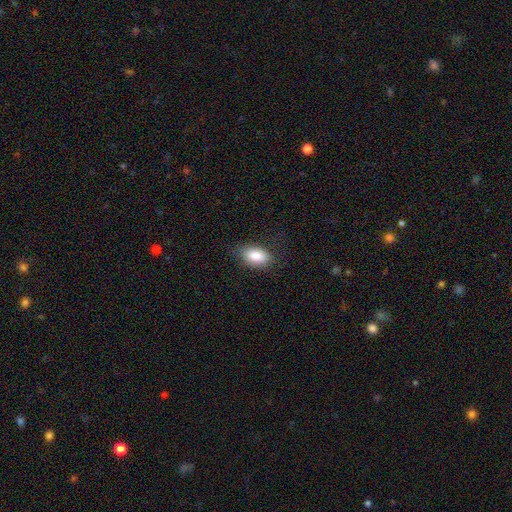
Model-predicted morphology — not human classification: smooth_or_featured: smooth (p=0.85) [alt: featured or disk p=0.08]
how_rounded: in between (p=0.90) [alt: round p=0.07]
merging: none (p=0.77) [alt: minor disturbance p=0.17]